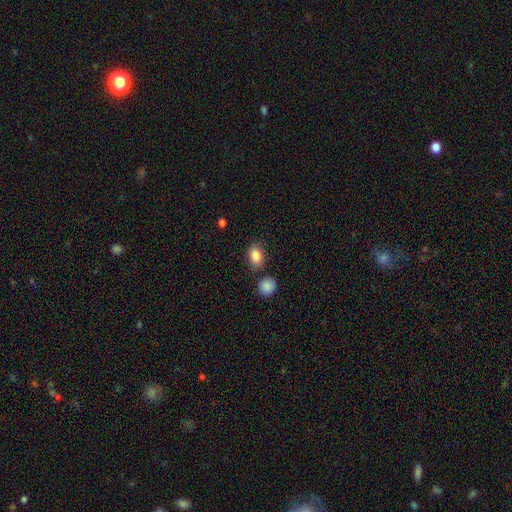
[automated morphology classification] Smooth or featured: smooth — 86% (star or artifact — 8%)
How rounded: in between — 77% (round — 22%)
Merging: none — 77% (minor disturbance — 13%)